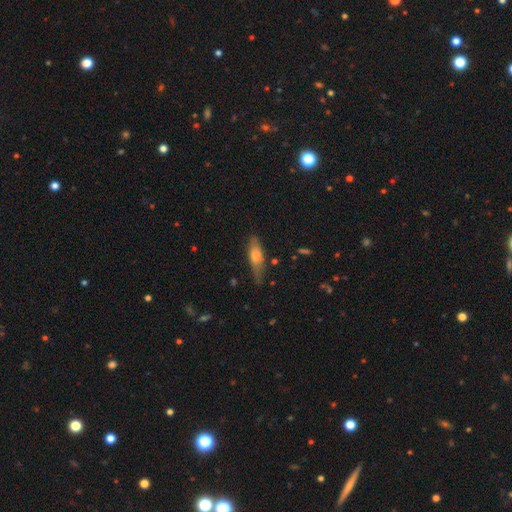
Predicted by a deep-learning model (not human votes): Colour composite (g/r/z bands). It shows a smooth galaxy with no disk features (64%) that is cigar-shaped (50%). Merging: none (62%).